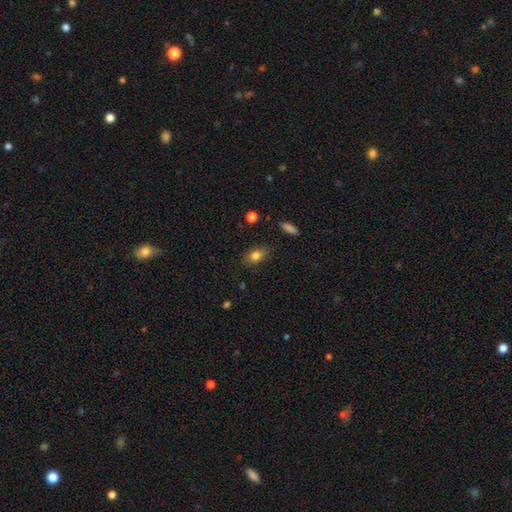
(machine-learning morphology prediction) Q: Smooth or featured?
A: smooth (82%); runner-up: star or artifact (9%)
Q: How rounded?
A: in between (81%); runner-up: round (15%)
Q: Merging?
A: none (82%); runner-up: minor disturbance (13%)